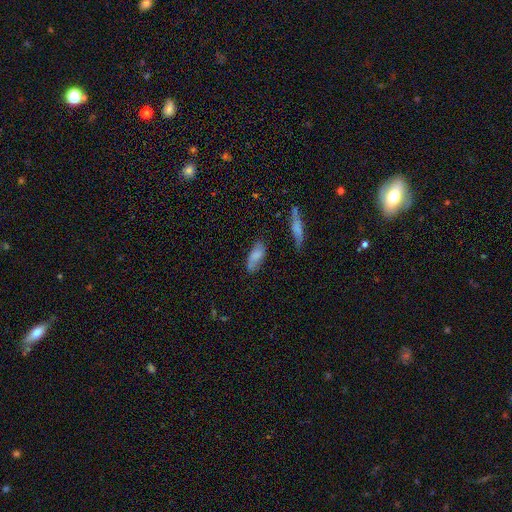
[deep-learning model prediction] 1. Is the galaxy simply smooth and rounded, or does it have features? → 75% smooth, 18% featured or disk, 7% star or artifact.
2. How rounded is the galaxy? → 81% in between, 17% cigar-shaped, 2% round.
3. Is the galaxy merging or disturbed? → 64% none, 25% minor disturbance, 6% major disturbance, 5% merger.